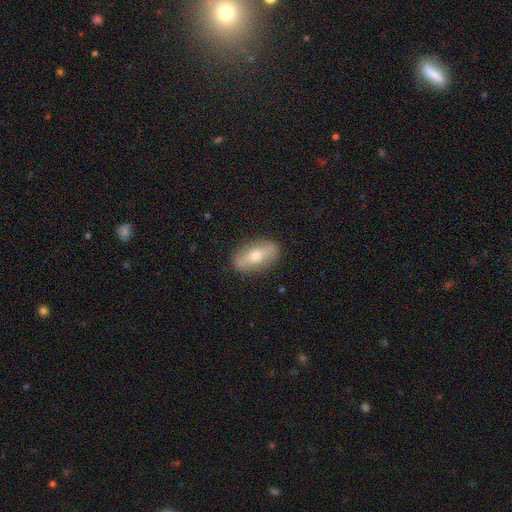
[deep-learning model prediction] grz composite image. It shows a smooth galaxy with no disk features (53%) that is in between round and cigar-shaped (83%). Merging: none (87%).